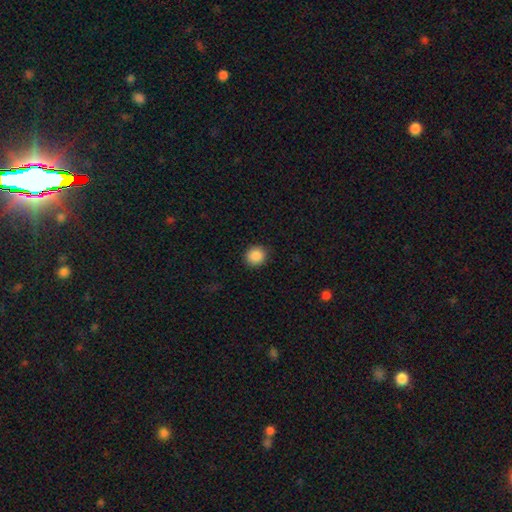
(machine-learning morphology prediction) The model was most divided on "how rounded": round: 88%, in between: 11%, cigar-shaped: 1%. More confident: merging — none (90%); smooth or featured — smooth (88%).